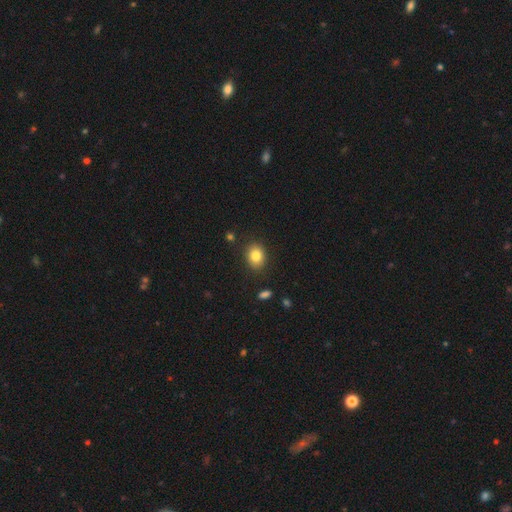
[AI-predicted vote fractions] Smooth or featured?
  - smooth: 83% *
  - star or artifact: 9%
  - featured or disk: 7%
How rounded?
  - in between: 51% *
  - round: 48%
  - cigar-shaped: 1%
Merging?
  - none: 86% *
  - minor disturbance: 9%
  - major disturbance: 3%
  - merger: 2%